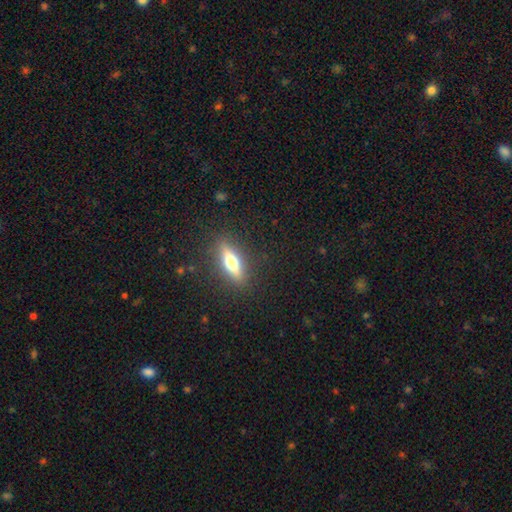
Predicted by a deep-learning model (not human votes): This is possibly a smooth galaxy (50%). How rounded: possibly in between (52%). Merging: clearly none (88%).